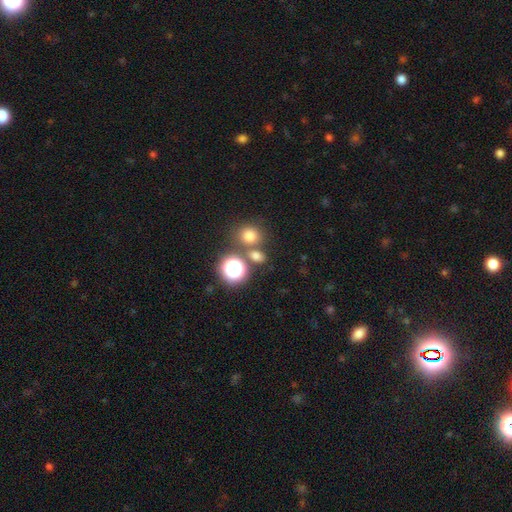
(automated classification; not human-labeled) The model was most divided on "how rounded": round: 62%, in between: 36%, cigar-shaped: 1%. More confident: smooth or featured — smooth (69%); merging — none (68%).